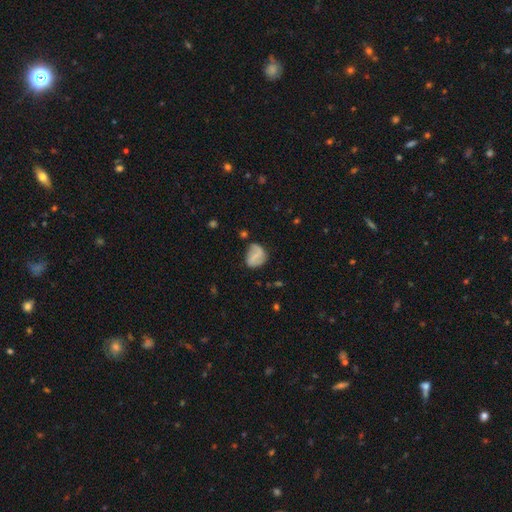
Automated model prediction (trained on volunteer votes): Smooth or featured? Predicted: featured or disk (p=0.47). Merging? Predicted: none (p=0.61).